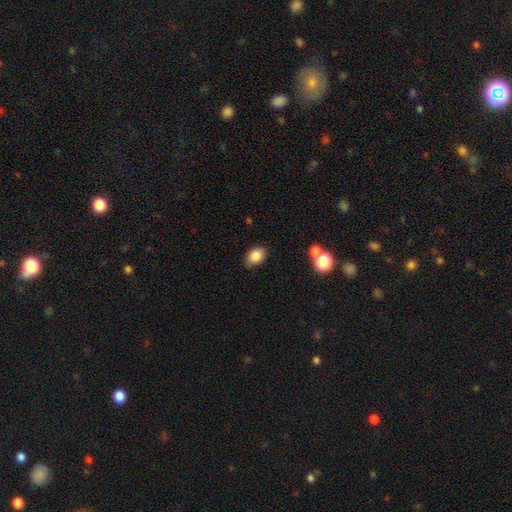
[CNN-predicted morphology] Smooth or featured: smooth — 85% (star or artifact — 9%)
How rounded: in between — 78% (round — 21%)
Merging: none — 79% (minor disturbance — 14%)